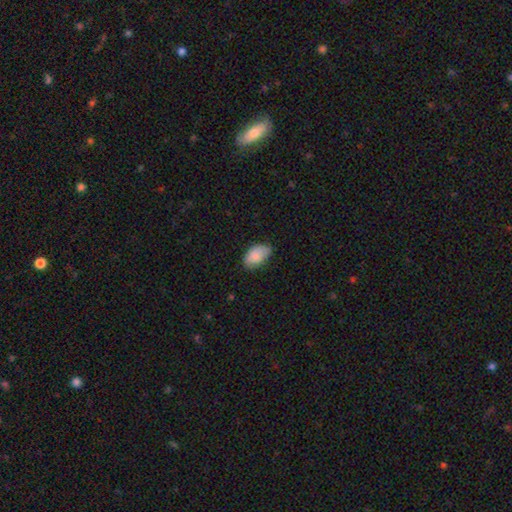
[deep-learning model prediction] smooth-or-featured: smooth: 83% | featured or disk: 11% | star or artifact: 6%
  how-rounded: in between: 94% | round: 5% | cigar-shaped: 1%
  merging: none: 64% | minor disturbance: 31% | major disturbance: 5% | merger: 1%